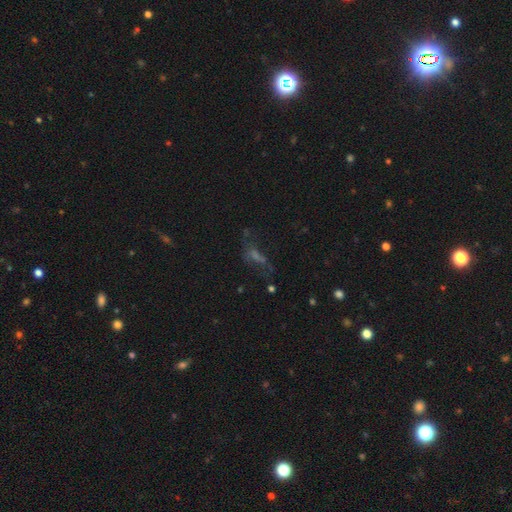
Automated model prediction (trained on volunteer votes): This appears to be a star or artifact, not a galaxy (37%).